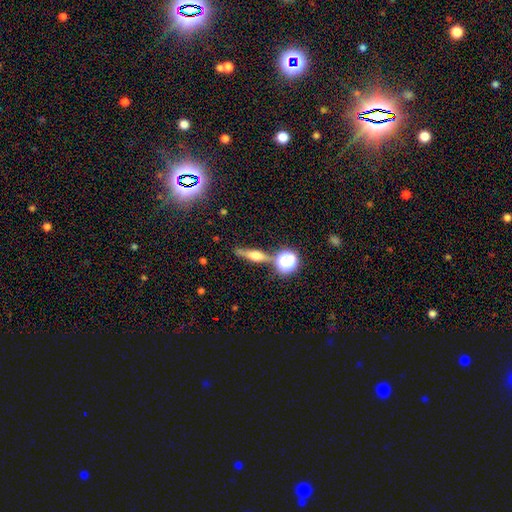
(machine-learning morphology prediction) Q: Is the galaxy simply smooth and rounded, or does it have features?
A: featured or disk — 57%.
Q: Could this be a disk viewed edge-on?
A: yes — 92%.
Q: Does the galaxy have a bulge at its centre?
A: rounded — 90%.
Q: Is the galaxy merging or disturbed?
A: none — 76%.